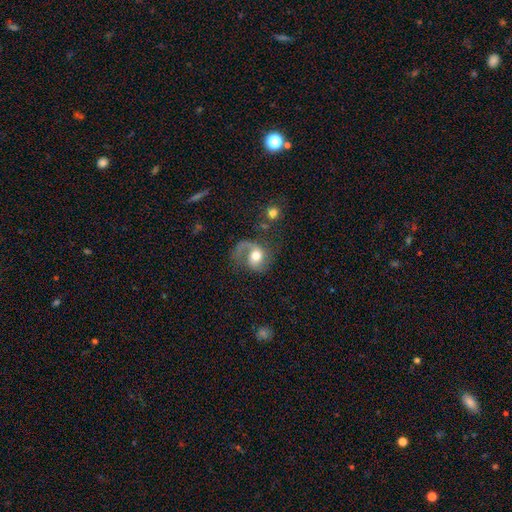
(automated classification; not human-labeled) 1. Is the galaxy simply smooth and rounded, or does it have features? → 66% featured or disk, 26% smooth, 7% star or artifact.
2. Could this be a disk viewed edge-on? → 97% no, 3% yes.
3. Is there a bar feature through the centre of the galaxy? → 63% no, 29% weak, 8% strong.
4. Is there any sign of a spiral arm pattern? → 90% yes, 10% no.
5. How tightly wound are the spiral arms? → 50% loose, 38% medium, 12% tight.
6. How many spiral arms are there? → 55% 1, 40% 2, 3% can't tell, 1% 3, 1% 4, 1% more than 4.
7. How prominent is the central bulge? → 61% moderate, 26% large, 8% small, 3% dominant, 2% none.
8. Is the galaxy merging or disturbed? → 44% none, 33% major disturbance, 19% minor disturbance, 5% merger.